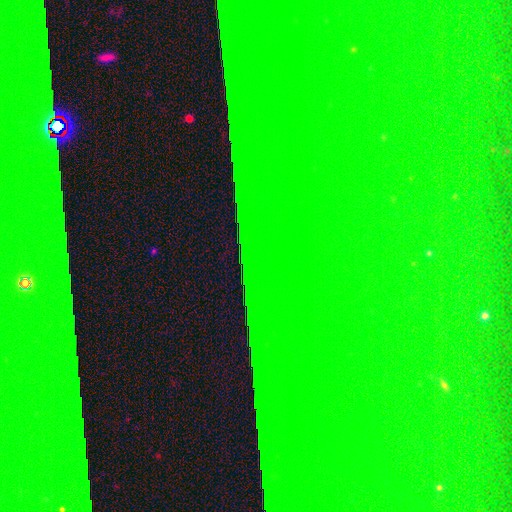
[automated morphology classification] A star or artifact, not a galaxy (86%).